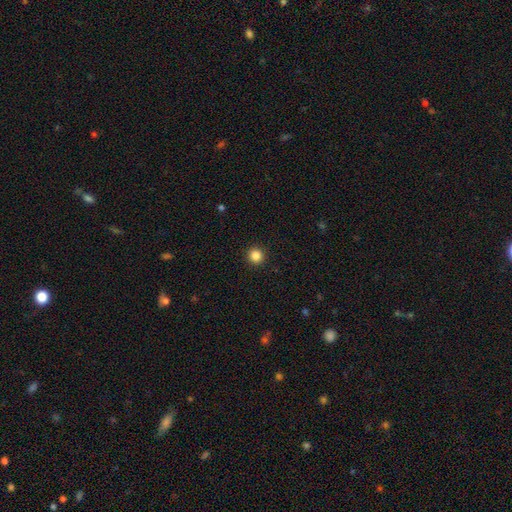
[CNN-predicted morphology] A smooth galaxy with no disk features (85%) that is round (95%). Merging: none (93%).